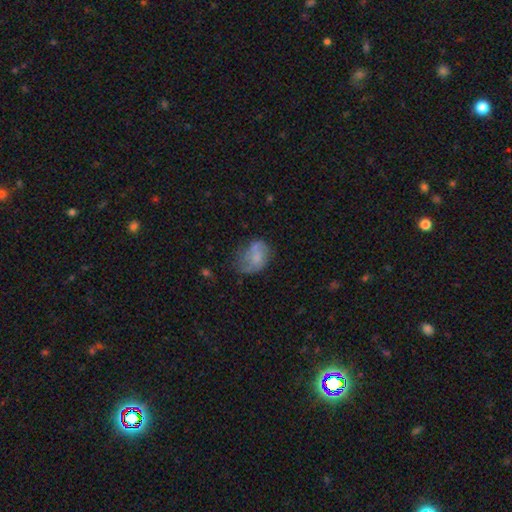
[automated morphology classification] type=smooth (56%); roundness=in between (71%); merging=none (36%).